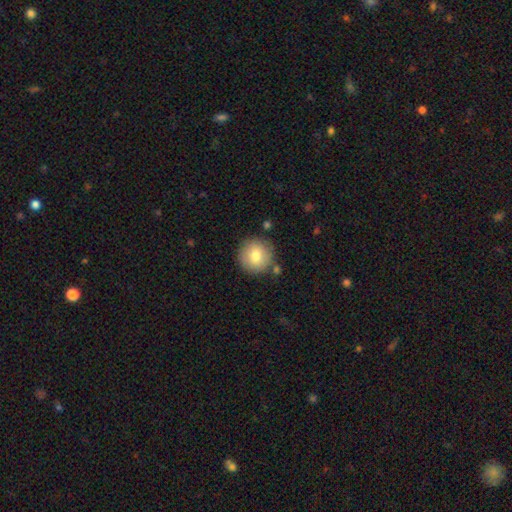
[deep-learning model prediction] The model was most divided on "smooth or featured": smooth: 80%, featured or disk: 13%, star or artifact: 8%. More confident: how rounded — round (94%); merging — none (83%).